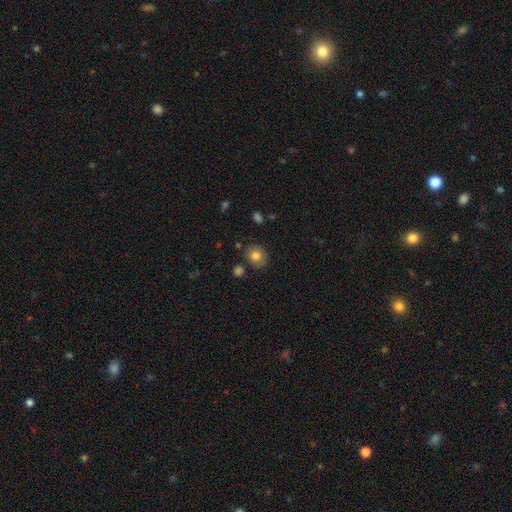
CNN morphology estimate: This appears to be a smooth galaxy with no disk features (79%) that is round (68%). Merging: none (81%).